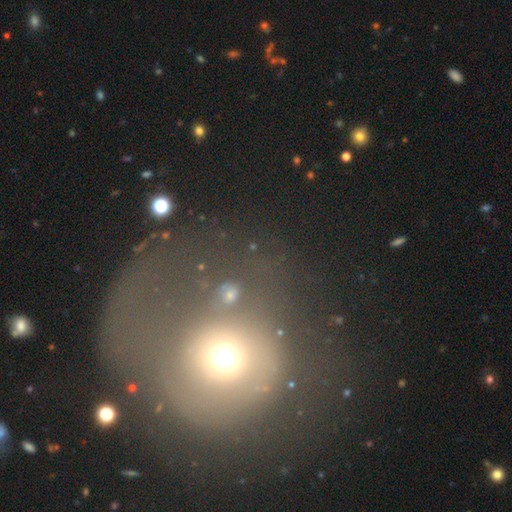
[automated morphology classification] smooth-or-featured: smooth: 51% | star or artifact: 25% | featured or disk: 24%
  how-rounded: round: 89% | in between: 10% | cigar-shaped: 1%
  merging: none: 39% | major disturbance: 35% | minor disturbance: 17% | merger: 9%